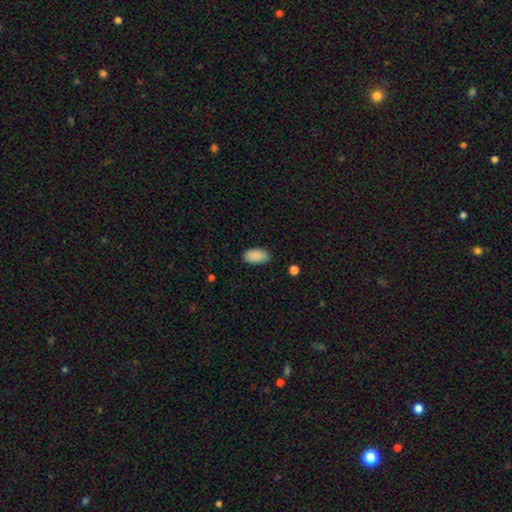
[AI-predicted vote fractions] Smooth or featured: smooth — 90% (star or artifact — 7%)
How rounded: in between — 95% (round — 3%)
Merging: none — 86% (minor disturbance — 10%)